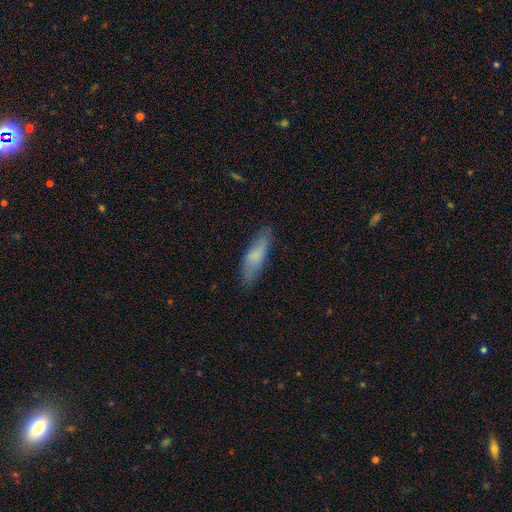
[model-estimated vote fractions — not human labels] Smooth or featured? Predicted: smooth (p=0.75). How rounded? Predicted: cigar-shaped (p=0.57). Merging? Predicted: none (p=0.78).